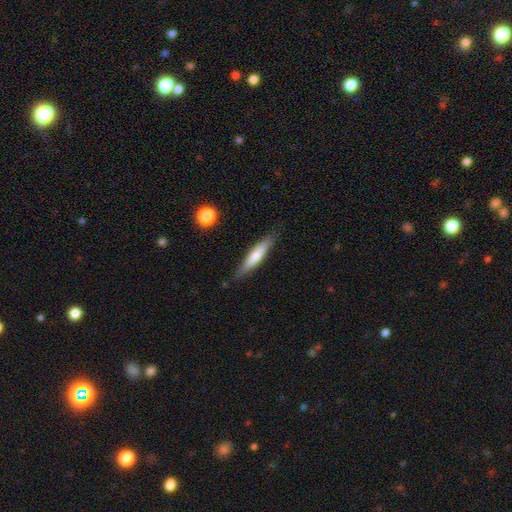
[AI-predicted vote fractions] Smooth or featured? Predicted: smooth (p=0.62). How rounded? Predicted: cigar-shaped (p=0.87). Merging? Predicted: none (p=0.85).